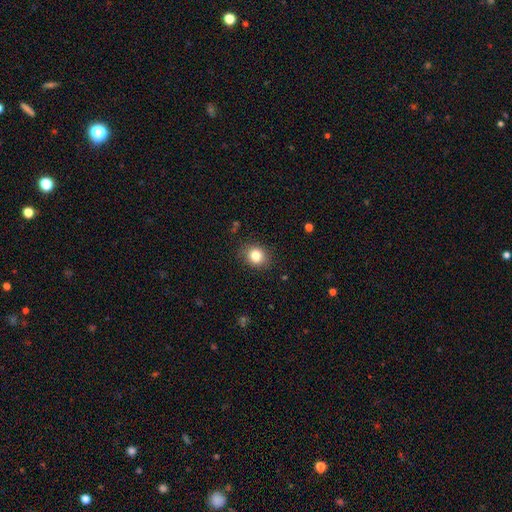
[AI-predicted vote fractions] A smooth galaxy with no disk features (82%) that is round (68%).

Vote fractions:
- Smooth or featured? smooth: 82% / star or artifact: 11% / featured or disk: 7%
- How rounded? round: 68% / in between: 31% / cigar-shaped: 1%
- Merging? none: 86% / minor disturbance: 10% / major disturbance: 3% / merger: 1%